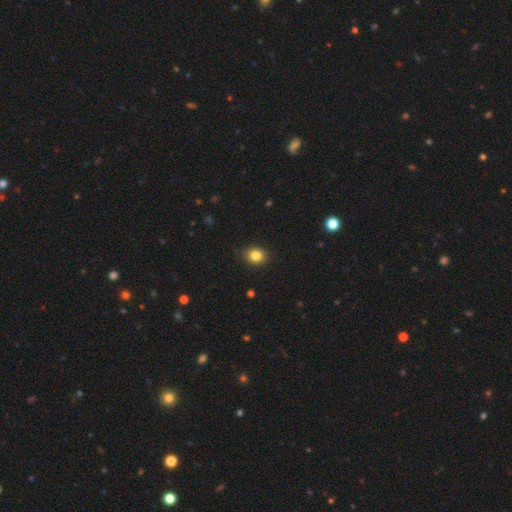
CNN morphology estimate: A smooth galaxy with no disk features (83%) that is round (54%).

Vote fractions:
- Smooth or featured? smooth: 83% / star or artifact: 10% / featured or disk: 6%
- How rounded? round: 54% / in between: 45% / cigar-shaped: 1%
- Merging? none: 88% / minor disturbance: 9% / major disturbance: 2% / merger: 1%